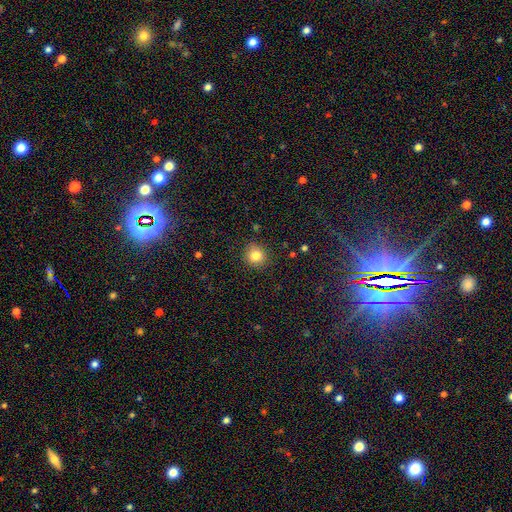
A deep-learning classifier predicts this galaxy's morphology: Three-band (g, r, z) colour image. It shows a smooth galaxy with no disk features (82%) that is round (87%). Merging: none (88%).